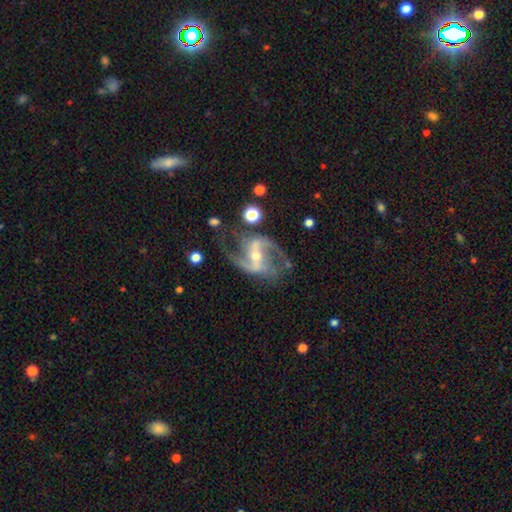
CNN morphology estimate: smooth_or_featured: featured or disk (p=0.91) [alt: star or artifact p=0.05]
disk_edge_on: no (p=0.97) [alt: yes p=0.03]
bar: strong (p=0.53) [alt: weak p=0.32]
has_spiral_arms: yes (p=0.97) [alt: no p=0.03]
spiral_winding: loose (p=0.48) [alt: medium p=0.43]
spiral_arm_count: 2 (p=0.91) [alt: 3 p=0.03]
bulge_size: small (p=0.53) [alt: moderate p=0.43]
merging: none (p=0.68) [alt: minor disturbance p=0.17]